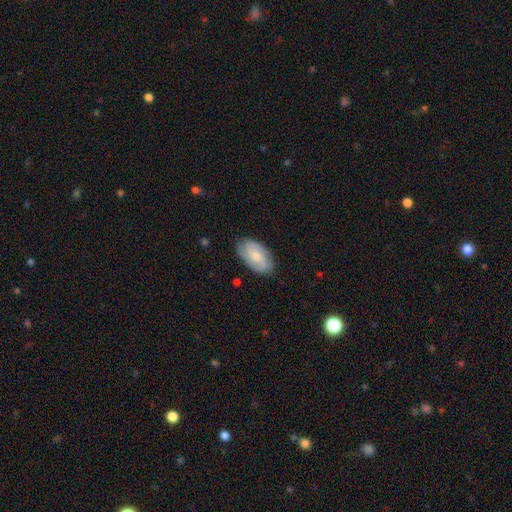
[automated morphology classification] A featured or disk galaxy (53%) with no bar (58%), spiral arms (88%) and a small central bulge (45%). Merging: none (79%).